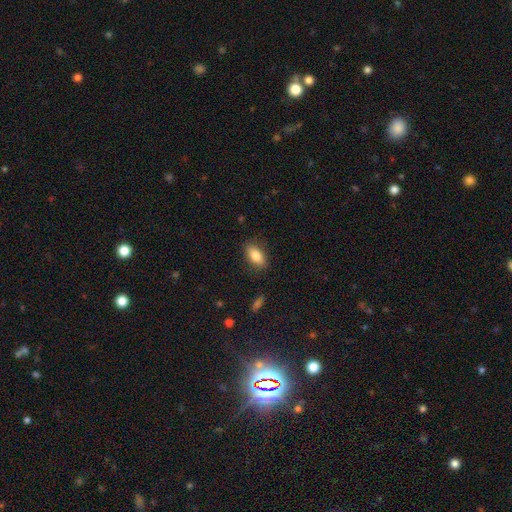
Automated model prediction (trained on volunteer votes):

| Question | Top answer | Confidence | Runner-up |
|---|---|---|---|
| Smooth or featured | smooth | 84% | featured or disk (8%) |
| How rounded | in between | 89% | cigar-shaped (6%) |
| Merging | none | 85% | minor disturbance (11%) |